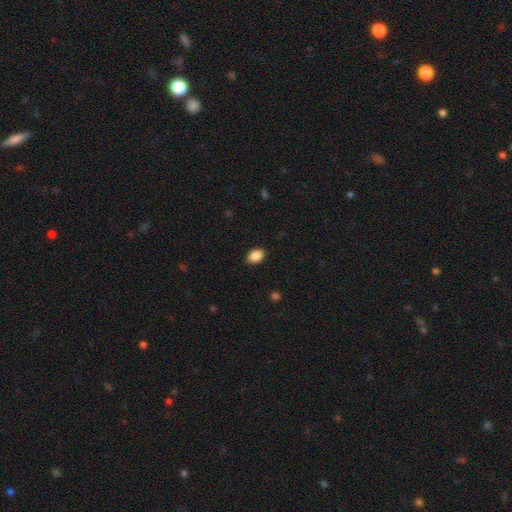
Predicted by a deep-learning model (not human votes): This is clearly a smooth galaxy (88%). How rounded: clearly in between (82%). Merging: clearly none (88%).